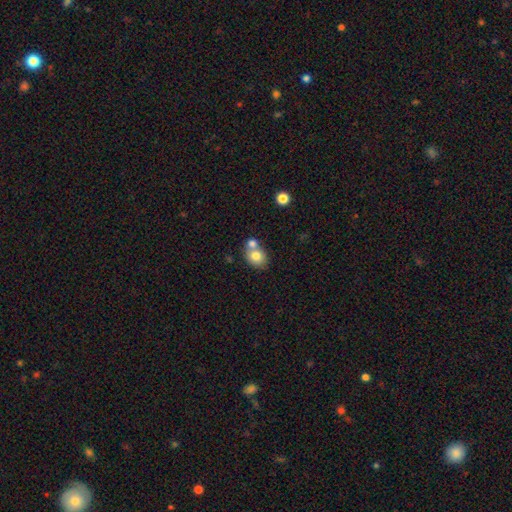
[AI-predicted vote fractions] Smooth or featured? Predicted: smooth (p=0.78). How rounded? Predicted: round (p=0.55). Merging? Predicted: merger (p=0.45).